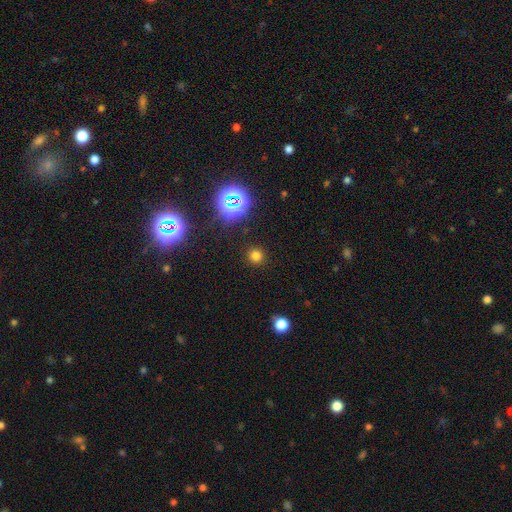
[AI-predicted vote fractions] A smooth galaxy with no disk features (72%) that is round (94%). Merging: none (91%).